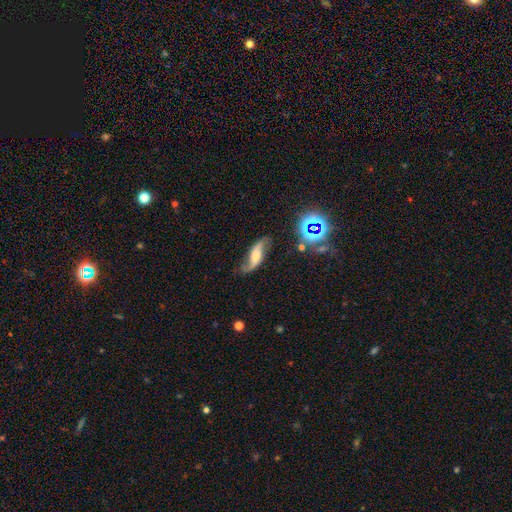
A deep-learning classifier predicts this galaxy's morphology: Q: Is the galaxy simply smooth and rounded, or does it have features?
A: featured or disk — 74%.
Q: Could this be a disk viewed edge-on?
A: no — 89%.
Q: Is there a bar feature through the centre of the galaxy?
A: no — 49%.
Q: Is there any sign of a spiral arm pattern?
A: yes — 94%.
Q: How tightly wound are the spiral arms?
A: loose — 81%.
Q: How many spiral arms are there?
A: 2 — 91%.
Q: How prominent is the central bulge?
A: moderate — 36%.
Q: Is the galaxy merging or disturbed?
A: none — 69%.